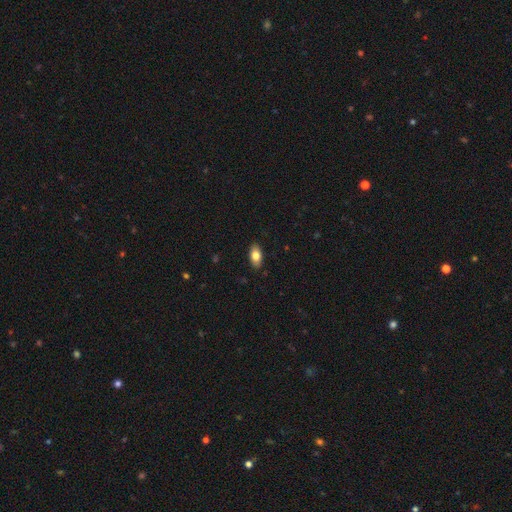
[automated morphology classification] Q: Smooth or featured?
A: smooth (80%); runner-up: featured or disk (13%)
Q: How rounded?
A: in between (92%); runner-up: round (4%)
Q: Merging?
A: none (88%); runner-up: minor disturbance (9%)